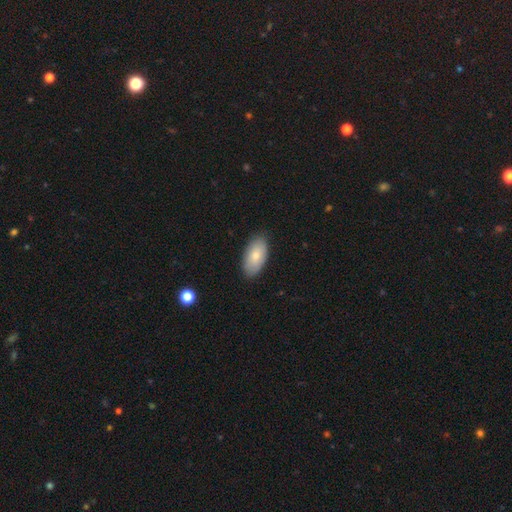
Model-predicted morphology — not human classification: Overall: smooth (78%). How rounded: in between (95%). Merging: none (85%).